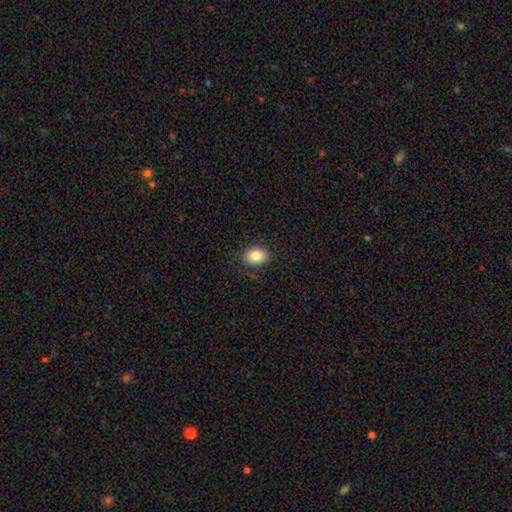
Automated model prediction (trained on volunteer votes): Smooth or featured? Predicted: smooth (p=0.84). How rounded? Predicted: in between (p=0.64). Merging? Predicted: none (p=0.86).